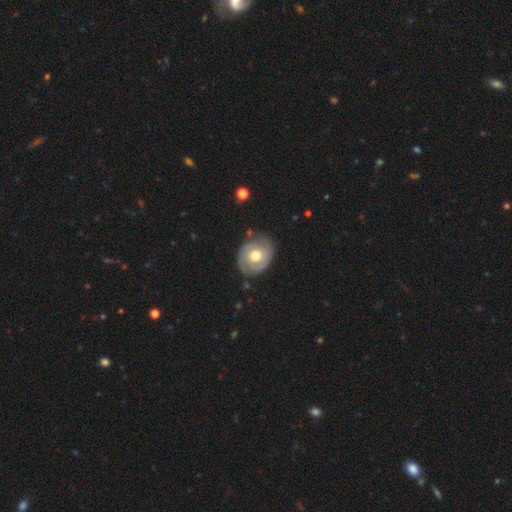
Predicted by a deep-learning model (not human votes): Smooth or featured?
  - featured or disk: 56% *
  - smooth: 38%
  - star or artifact: 6%
Edge-on disk?
  - no: 96% *
  - yes: 4%
Bar?
  - no: 82% *
  - weak: 15%
  - strong: 3%
Spiral arms?
  - yes: 62% *
  - no: 38%
Bulge size?
  - moderate: 76% *
  - small: 13%
  - large: 9%
  - dominant: 1%
  - none: 1%
Merging?
  - none: 75% *
  - minor disturbance: 18%
  - major disturbance: 5%
  - merger: 2%